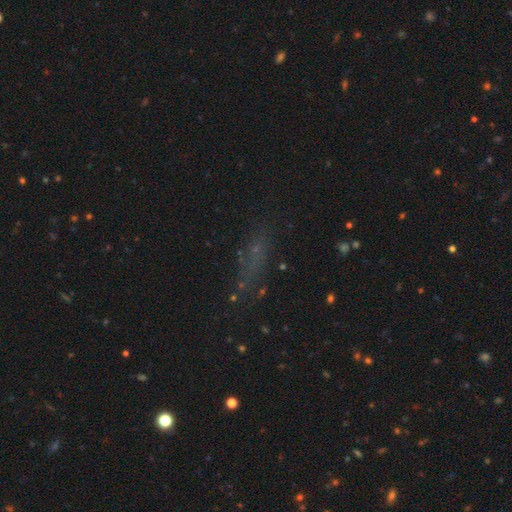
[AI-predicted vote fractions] Overall: smooth (39%; star or artifact 38%). Merging: none (58%; minor disturbance 20%).